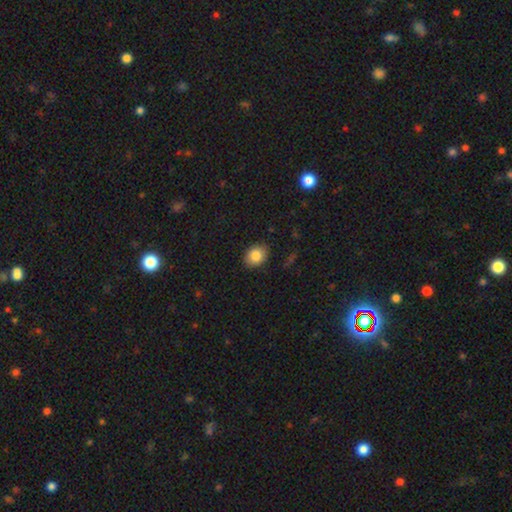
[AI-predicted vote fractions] Q: Smooth or featured?
A: smooth (83%); runner-up: star or artifact (9%)
Q: How rounded?
A: in between (55%); runner-up: round (44%)
Q: Merging?
A: none (88%); runner-up: minor disturbance (9%)